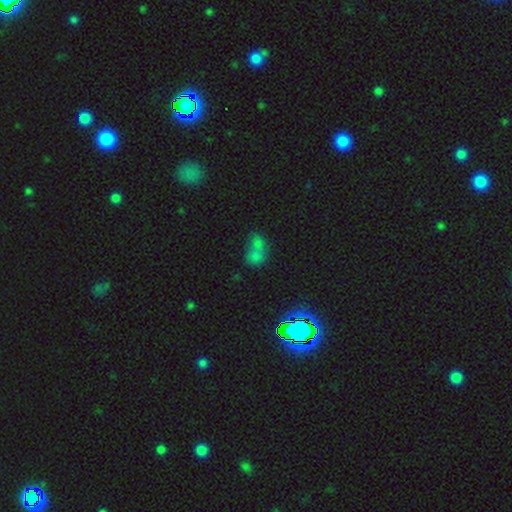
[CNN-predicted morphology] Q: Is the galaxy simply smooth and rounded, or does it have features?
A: smooth — 61%.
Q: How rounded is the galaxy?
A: in between — 64%.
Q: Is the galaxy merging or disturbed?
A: merger — 51%.